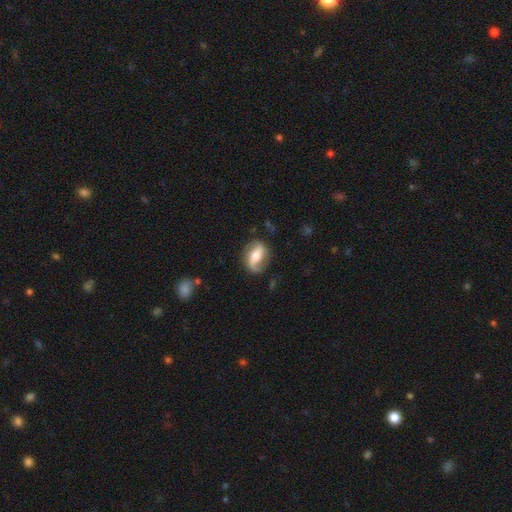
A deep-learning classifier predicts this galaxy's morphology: Overall: featured or disk (68%). Edge-on disk: no (95%). Bar: strong (38%; weak 36%). Spiral arms: yes (87%). Spiral arm count: 2 (67%). Spiral winding: loose (48%; medium 34%). Bulge size: moderate (52%; small 21%). Merging: none (68%).